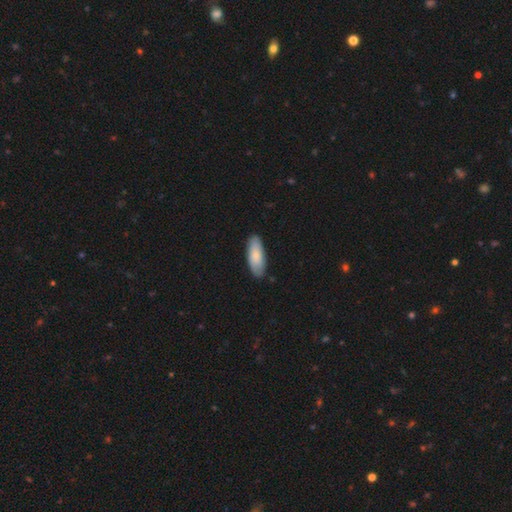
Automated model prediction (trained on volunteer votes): smooth_or_featured: smooth (p=0.77) [alt: featured or disk p=0.18]
how_rounded: in between (p=0.75) [alt: cigar-shaped p=0.23]
merging: none (p=0.84) [alt: minor disturbance p=0.13]